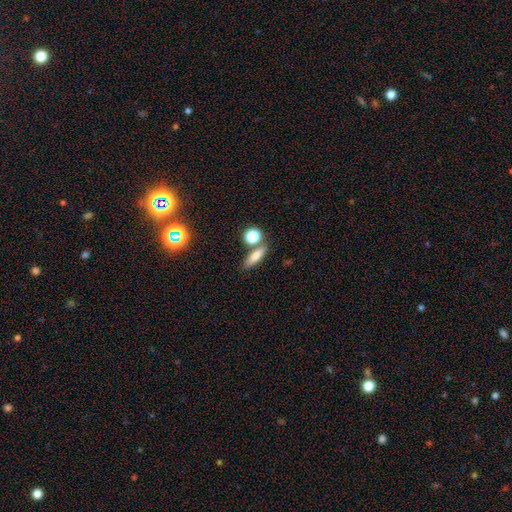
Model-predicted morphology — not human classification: smooth 75%, featured or disk 14%, star or artifact 11%. Down the decision tree: how rounded — cigar-shaped (46%); merging — none (70%).